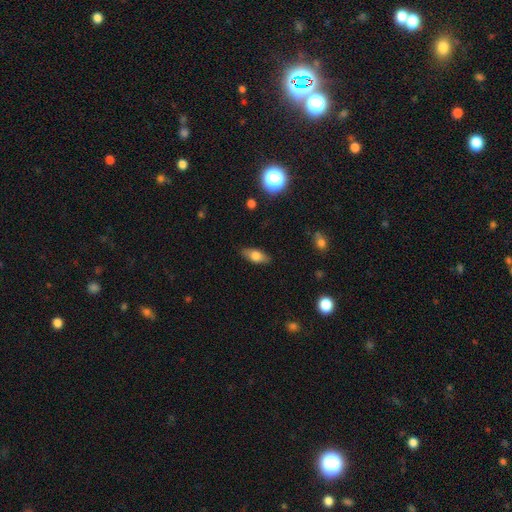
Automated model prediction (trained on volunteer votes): Smooth or featured: smooth — 73% (featured or disk — 19%)
How rounded: in between — 82% (cigar-shaped — 13%)
Merging: none — 85% (minor disturbance — 12%)